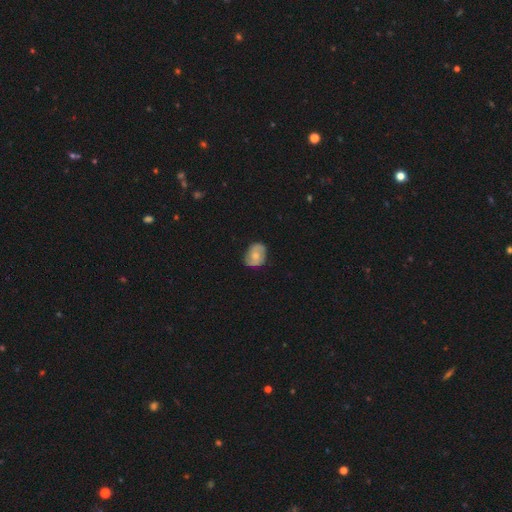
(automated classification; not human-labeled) A featured or disk galaxy (55%) with no bar (68%), spiral arms (78%) and a moderate central bulge (57%).

Vote fractions:
- Smooth or featured? featured or disk: 55% / smooth: 38% / star or artifact: 7%
- Edge-on disk? no: 97% / yes: 3%
- Bar? no: 68% / weak: 26% / strong: 5%
- Spiral arms? yes: 78% / no: 22%
- Bulge size? moderate: 57% / small: 37% / none: 3% / large: 3% / dominant: 1%
- Merging? none: 71% / minor disturbance: 22% / major disturbance: 5% / merger: 1%